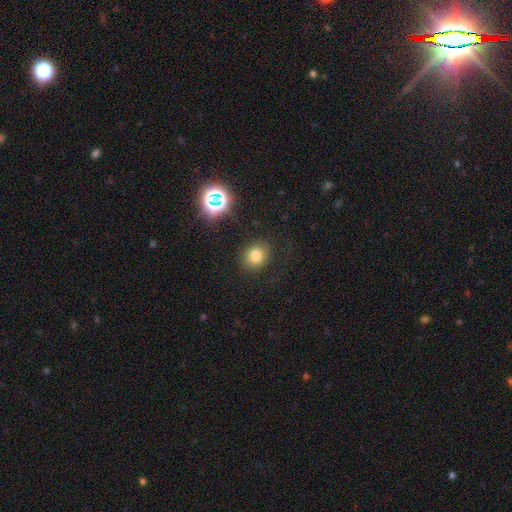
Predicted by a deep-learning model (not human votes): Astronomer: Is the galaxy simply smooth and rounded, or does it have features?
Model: smooth — 75%.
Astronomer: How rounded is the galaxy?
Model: round — 67%.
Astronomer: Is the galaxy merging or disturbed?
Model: none — 84%.